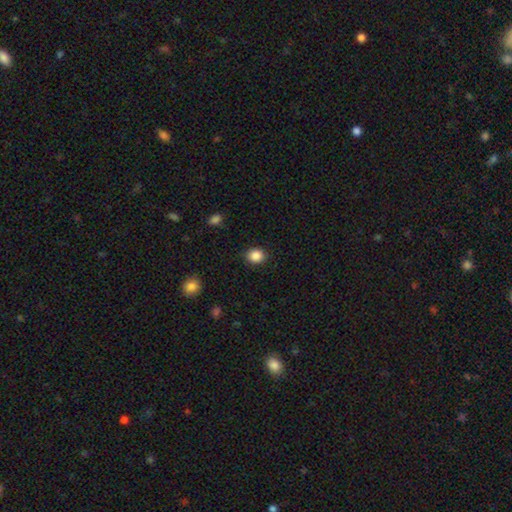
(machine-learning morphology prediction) A smooth galaxy with no disk features (87%) that is round (69%). Merging: none (88%).